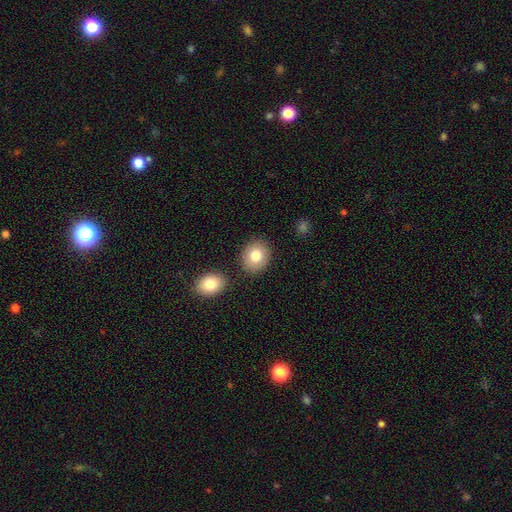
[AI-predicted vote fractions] Smooth or featured? Predicted: smooth (p=0.82). How rounded? Predicted: round (p=0.60). Merging? Predicted: none (p=0.82).